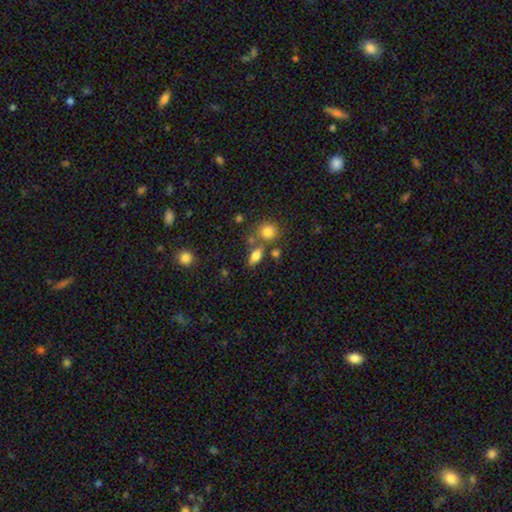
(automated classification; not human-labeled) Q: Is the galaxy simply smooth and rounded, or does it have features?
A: smooth — 75%.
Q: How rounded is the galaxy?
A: in between — 76%.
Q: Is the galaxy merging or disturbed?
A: none — 66%.